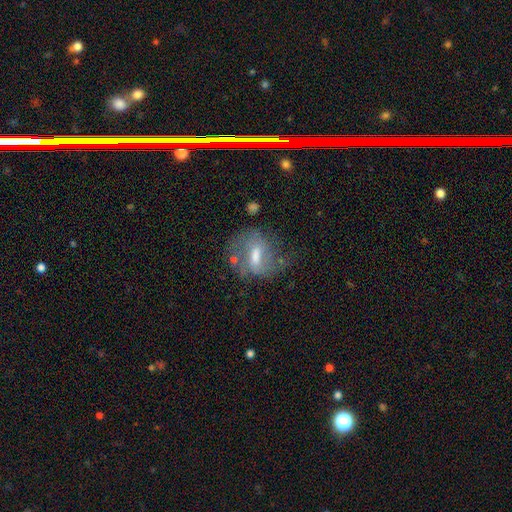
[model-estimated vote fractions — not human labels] A featured or disk galaxy (62%) with a weak bar (52%), spiral arms (69%) and a moderate central bulge (55%). Merging: none (49%).